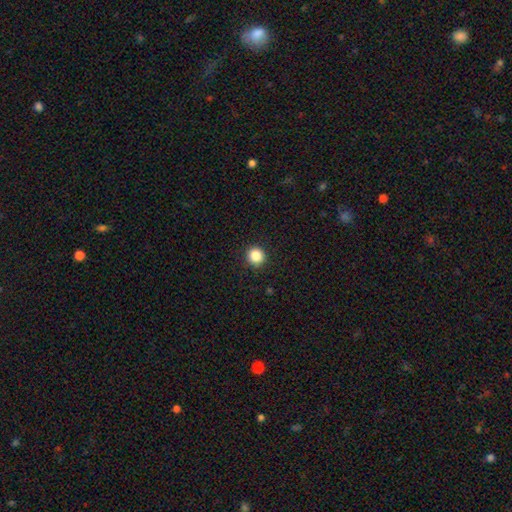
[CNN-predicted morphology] Smooth or featured?
  - smooth: 85% *
  - star or artifact: 11%
  - featured or disk: 4%
How rounded?
  - round: 94% *
  - in between: 5%
  - cigar-shaped: 1%
Merging?
  - none: 92% *
  - minor disturbance: 5%
  - major disturbance: 2%
  - merger: 1%